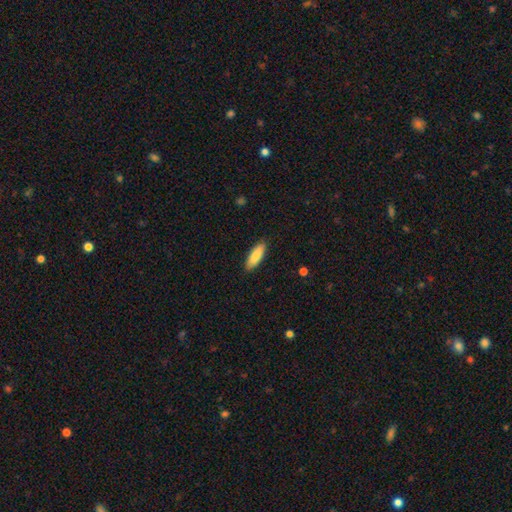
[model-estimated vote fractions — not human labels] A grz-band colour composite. It shows a smooth galaxy with no disk features (88%) that is in between round and cigar-shaped (57%). Merging: none (89%).